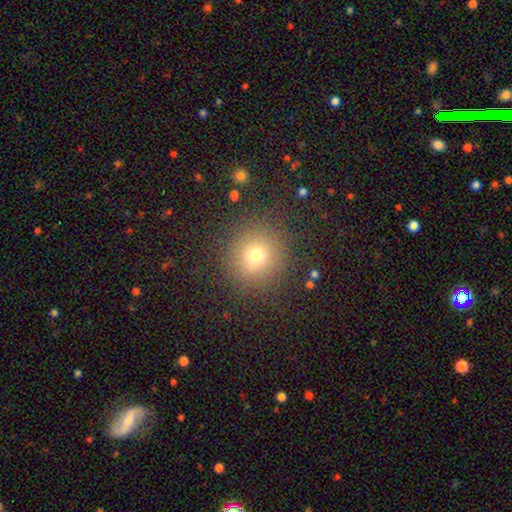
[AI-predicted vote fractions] Smooth or featured? Predicted: smooth (p=0.72). How rounded? Predicted: round (p=0.92). Merging? Predicted: none (p=0.87).